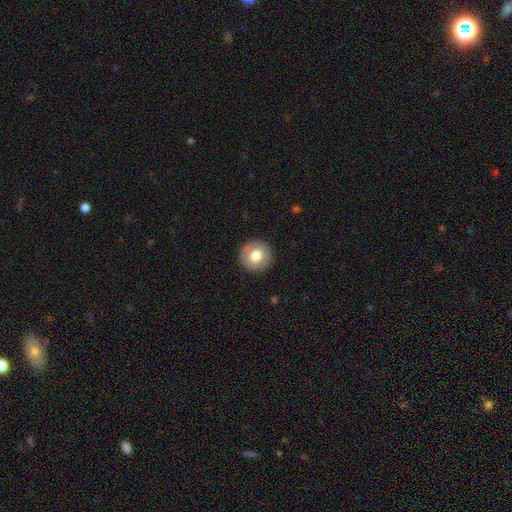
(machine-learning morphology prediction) The model was most divided on "smooth or featured": smooth: 72%, featured or disk: 21%, star or artifact: 8%. More confident: how rounded — round (94%); merging — none (90%).